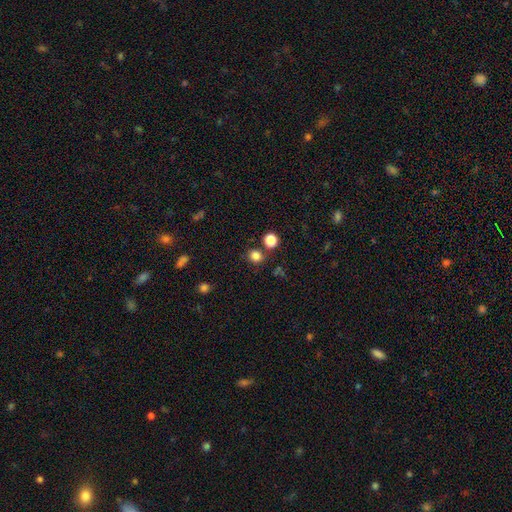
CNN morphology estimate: A smooth galaxy with no disk features (81%) that is round (81%). Merging: none (80%).